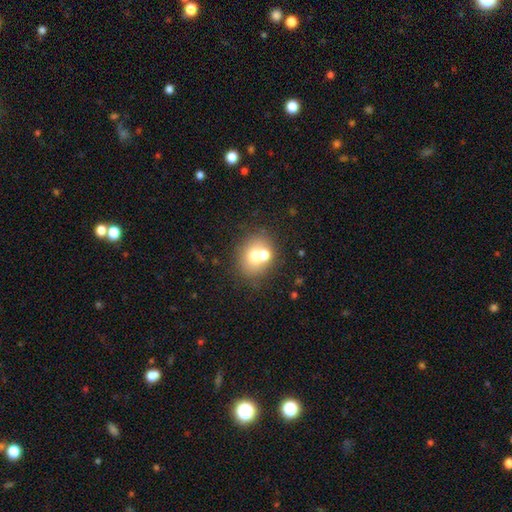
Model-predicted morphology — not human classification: Smooth or featured?
  - smooth: 66% *
  - featured or disk: 22%
  - star or artifact: 12%
How rounded?
  - round: 68% *
  - in between: 31%
  - cigar-shaped: 1%
Merging?
  - none: 50% *
  - merger: 37%
  - minor disturbance: 9%
  - major disturbance: 4%